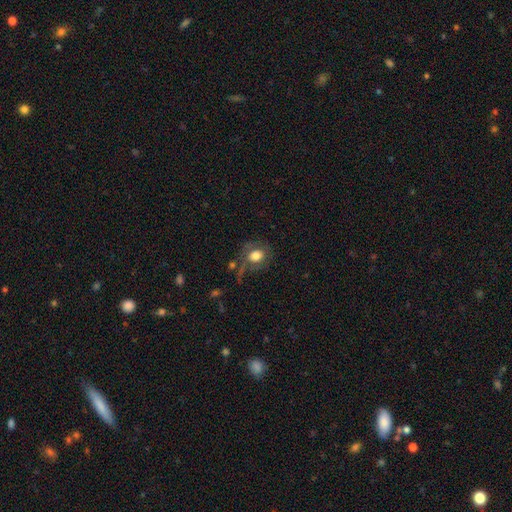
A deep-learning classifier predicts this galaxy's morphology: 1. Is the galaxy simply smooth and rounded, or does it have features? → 69% smooth, 22% featured or disk, 9% star or artifact.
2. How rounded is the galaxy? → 56% round, 43% in between, 1% cigar-shaped.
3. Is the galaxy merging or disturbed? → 53% none, 22% minor disturbance, 18% major disturbance, 7% merger.